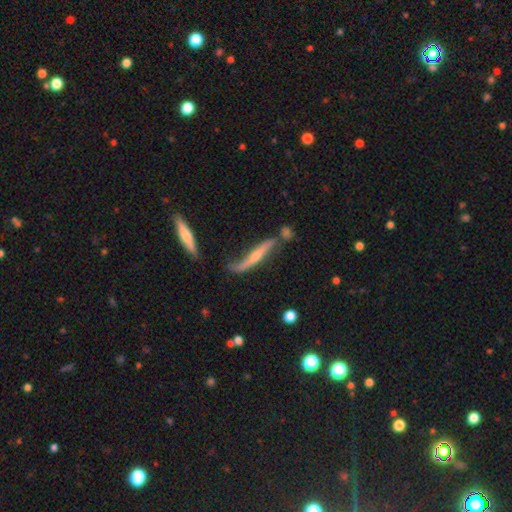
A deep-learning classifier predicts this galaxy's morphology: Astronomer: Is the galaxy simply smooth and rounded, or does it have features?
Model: featured or disk — 72%.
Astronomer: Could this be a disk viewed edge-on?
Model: yes — 76%.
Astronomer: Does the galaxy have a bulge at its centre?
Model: rounded — 77%.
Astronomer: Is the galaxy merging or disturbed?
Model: none — 48% (runner-up: minor disturbance, 26%).